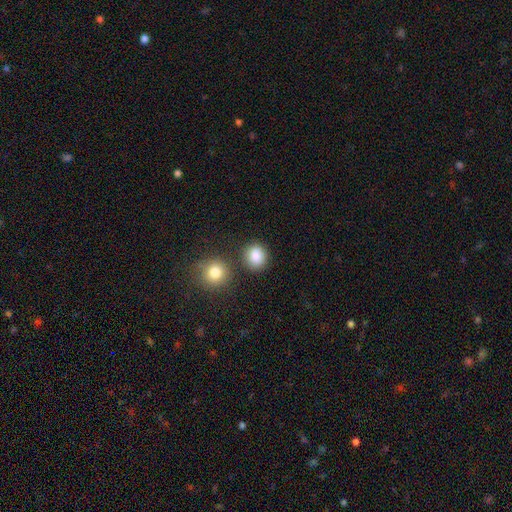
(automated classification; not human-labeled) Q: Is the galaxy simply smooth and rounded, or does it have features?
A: smooth — 87%.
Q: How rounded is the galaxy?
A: round — 81%.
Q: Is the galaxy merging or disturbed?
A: none — 78%.